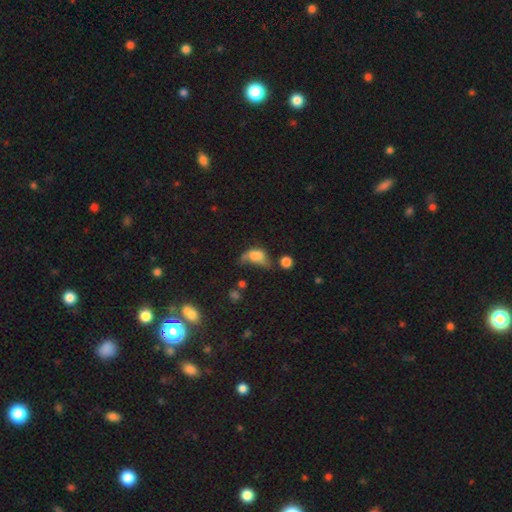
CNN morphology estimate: Smooth or featured: smooth — 63% (featured or disk — 23%)
How rounded: in between — 80% (round — 16%)
Merging: major disturbance — 41% (minor disturbance — 22%)